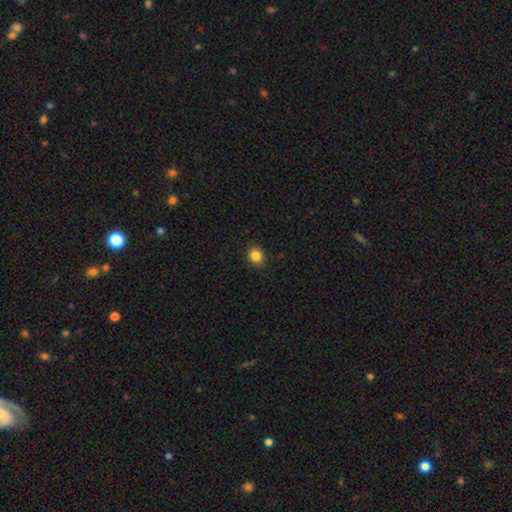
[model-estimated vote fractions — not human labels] smooth-or-featured: smooth: 86% | star or artifact: 10% | featured or disk: 4%
  how-rounded: round: 70% | in between: 29% | cigar-shaped: 1%
  merging: none: 90% | minor disturbance: 7% | major disturbance: 2% | merger: 1%